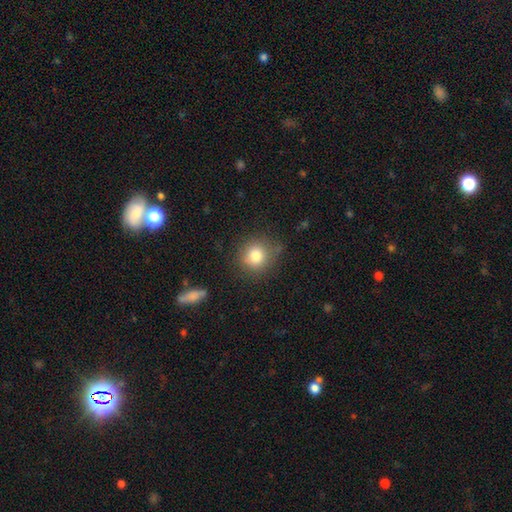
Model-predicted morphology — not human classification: Smooth or featured? smooth (81%)
How rounded? round (88%)
Merging? none (79%)